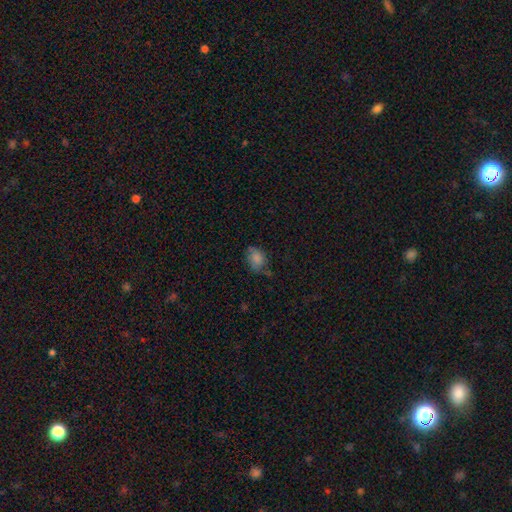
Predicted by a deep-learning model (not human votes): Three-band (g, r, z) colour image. It shows a smooth galaxy with no disk features (66%) that is in between round and cigar-shaped (64%). Merging: none (59%).